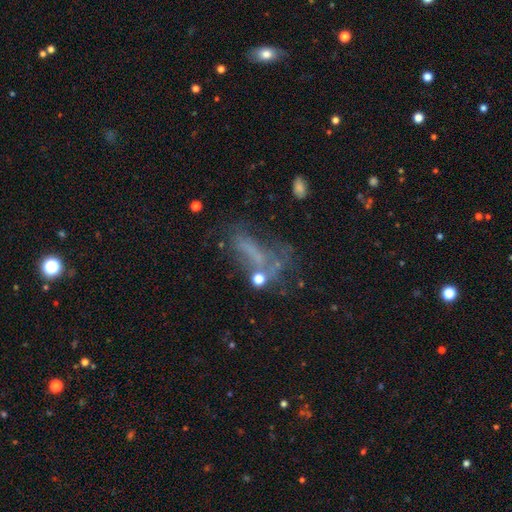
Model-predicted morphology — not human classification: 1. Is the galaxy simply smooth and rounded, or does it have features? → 40% featured or disk, 31% smooth, 30% star or artifact.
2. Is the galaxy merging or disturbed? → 38% major disturbance, 30% none, 17% minor disturbance, 15% merger.